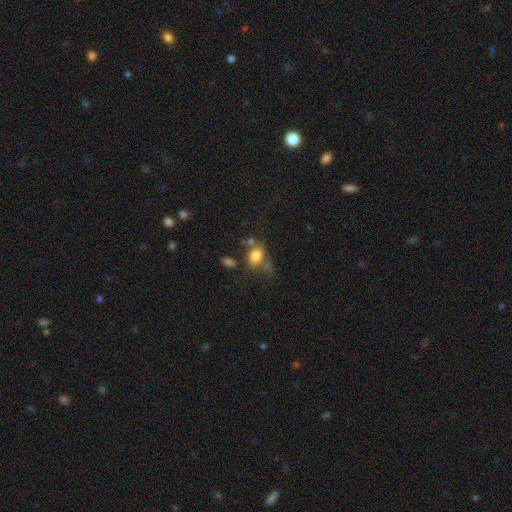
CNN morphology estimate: smooth-or-featured: smooth: 79% | featured or disk: 11% | star or artifact: 11%
  how-rounded: in between: 67% | round: 32% | cigar-shaped: 2%
  merging: none: 49% | minor disturbance: 21% | merger: 18% | major disturbance: 12%